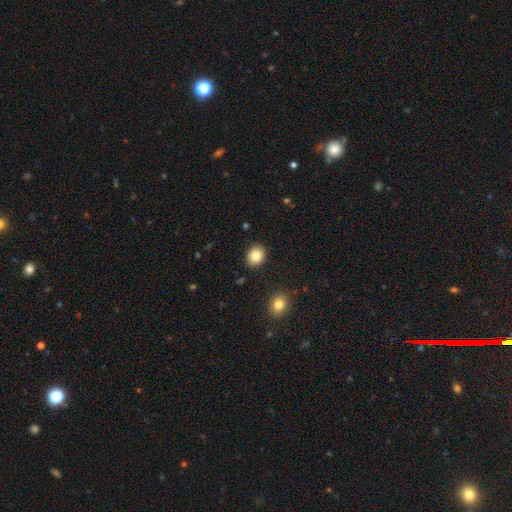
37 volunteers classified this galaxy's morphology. Overall: smooth (92%). How rounded: round (53%; in between 47%). Merging: none (86%).